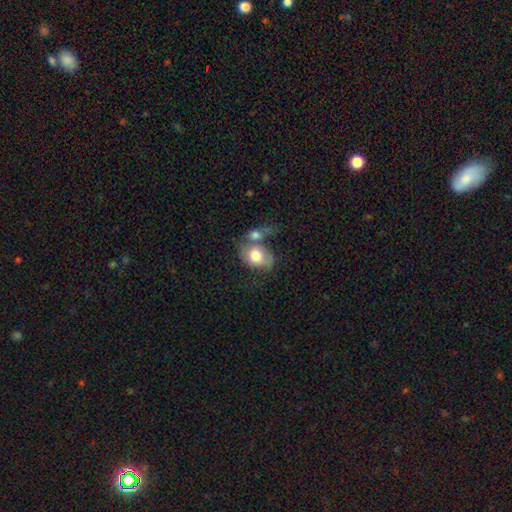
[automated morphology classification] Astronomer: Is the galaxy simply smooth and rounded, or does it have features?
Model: smooth — 69%.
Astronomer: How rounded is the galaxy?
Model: in between — 57% (runner-up: round, 41%).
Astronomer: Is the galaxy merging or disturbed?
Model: merger — 52%.